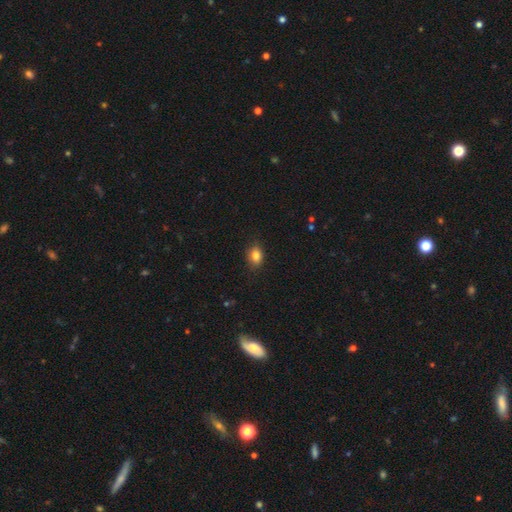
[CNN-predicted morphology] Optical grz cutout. It shows a smooth galaxy with no disk features (83%) that is in between round and cigar-shaped (68%). Merging: none (84%).